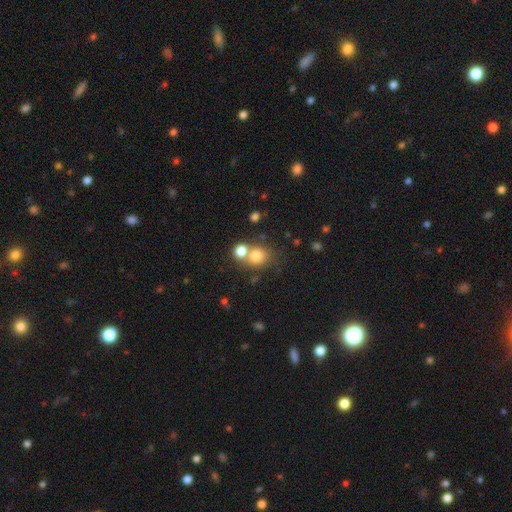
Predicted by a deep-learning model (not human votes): smooth 77%, star or artifact 13%, featured or disk 10%. Down the decision tree: how rounded — round (77%); merging — none (48%).